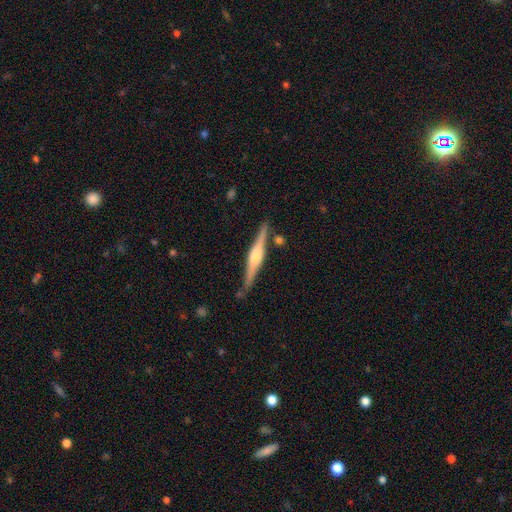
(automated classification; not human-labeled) Smooth or featured? featured or disk (77%)
Edge-on disk? yes (98%)
Edge-on bulge? rounded (82%)
Merging? none (83%)